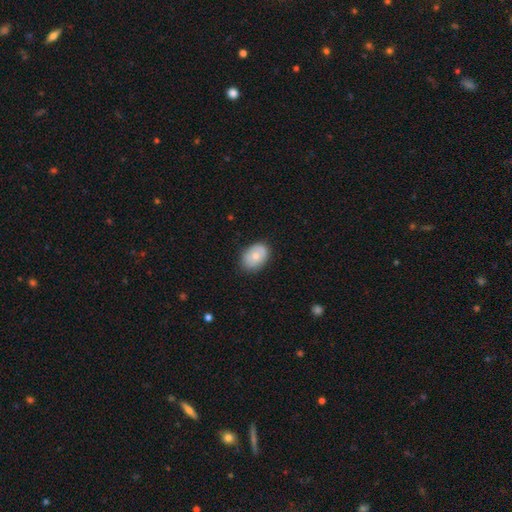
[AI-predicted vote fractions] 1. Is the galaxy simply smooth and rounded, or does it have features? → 70% smooth, 23% featured or disk, 7% star or artifact.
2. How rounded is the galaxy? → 76% in between, 23% round, 1% cigar-shaped.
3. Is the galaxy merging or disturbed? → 81% none, 15% minor disturbance, 3% major disturbance, 1% merger.